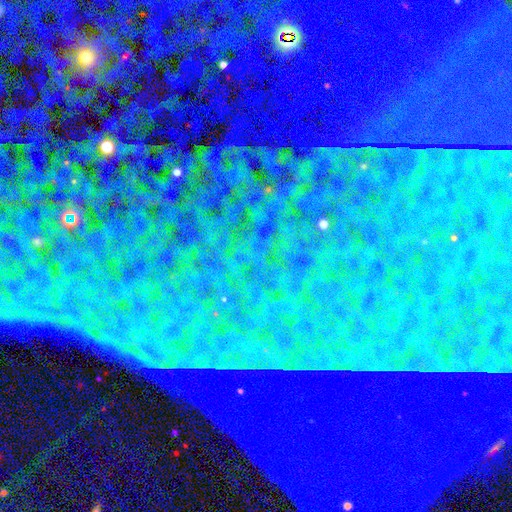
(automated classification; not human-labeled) Smooth or featured? Predicted: star or artifact (p=0.87).